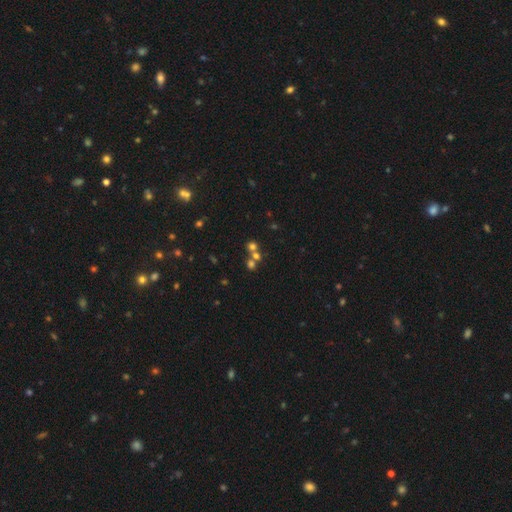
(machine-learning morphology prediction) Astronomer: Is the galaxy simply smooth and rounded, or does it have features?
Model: smooth — 55%.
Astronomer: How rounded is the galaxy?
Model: round — 84%.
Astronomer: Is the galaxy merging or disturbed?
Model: none — 47% (runner-up: merger, 43%).